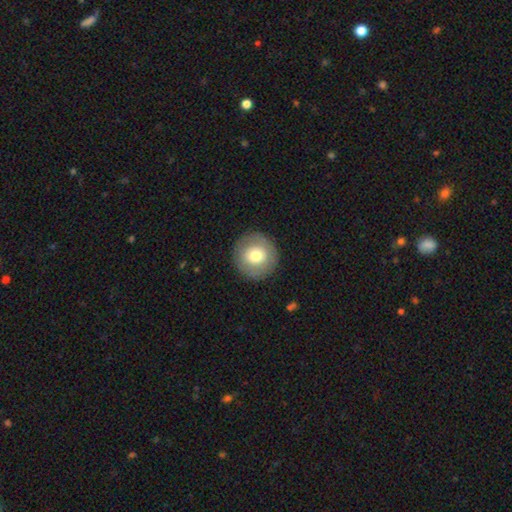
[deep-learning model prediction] smooth-or-featured: smooth: 70% | featured or disk: 22% | star or artifact: 8%
  how-rounded: round: 95% | in between: 4% | cigar-shaped: 1%
  merging: none: 90% | minor disturbance: 7% | major disturbance: 3% | merger: 1%